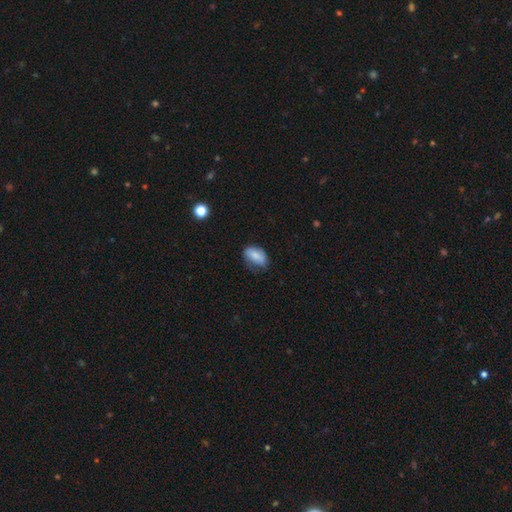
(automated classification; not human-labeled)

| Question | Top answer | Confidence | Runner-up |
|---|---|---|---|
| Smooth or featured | smooth | 80% | featured or disk (12%) |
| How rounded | in between | 90% | round (8%) |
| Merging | none | 55% | minor disturbance (34%) |